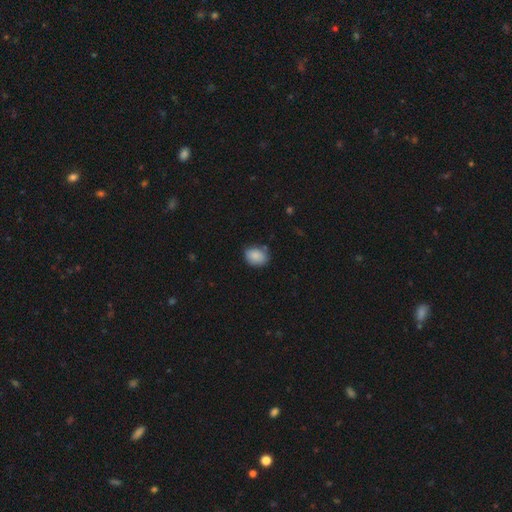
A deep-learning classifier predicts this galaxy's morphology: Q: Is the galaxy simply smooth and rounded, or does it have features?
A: smooth — 87%.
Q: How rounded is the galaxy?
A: in between — 67%.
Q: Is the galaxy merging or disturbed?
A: none — 74%.